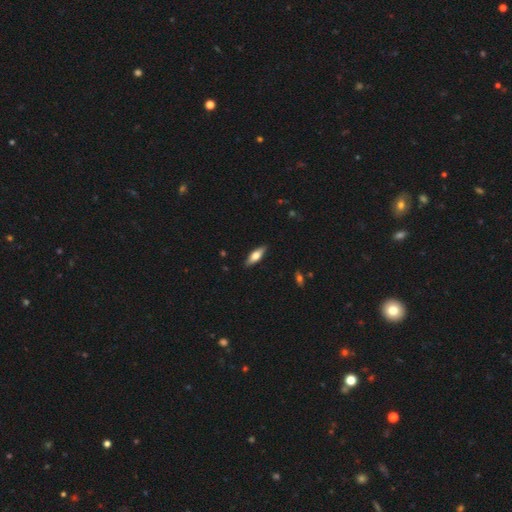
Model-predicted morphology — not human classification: The model was most divided on "how rounded": in between: 52%, cigar-shaped: 46%, round: 2%. More confident: merging — none (89%); smooth or featured — smooth (55%).